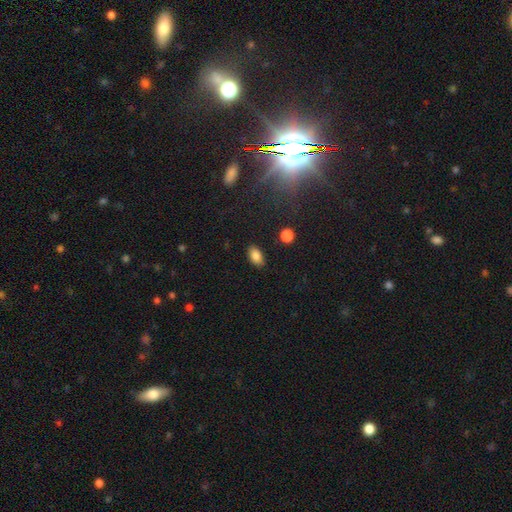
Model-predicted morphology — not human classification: Q: Smooth or featured?
A: smooth (85%); runner-up: star or artifact (9%)
Q: How rounded?
A: in between (90%); runner-up: round (8%)
Q: Merging?
A: none (85%); runner-up: minor disturbance (11%)